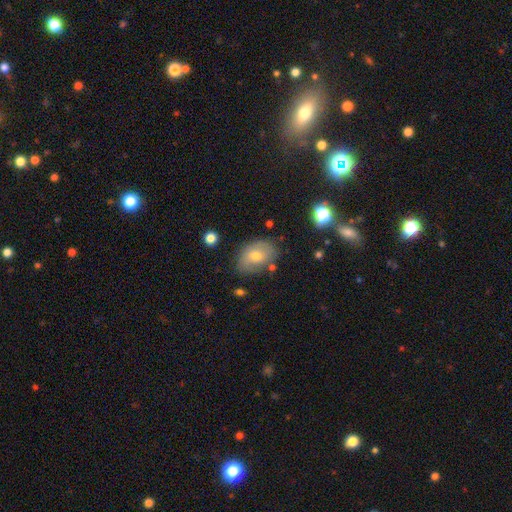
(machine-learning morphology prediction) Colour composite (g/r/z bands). It shows a smooth galaxy with no disk features (64%) that is in between round and cigar-shaped (80%). Merging: none (72%).